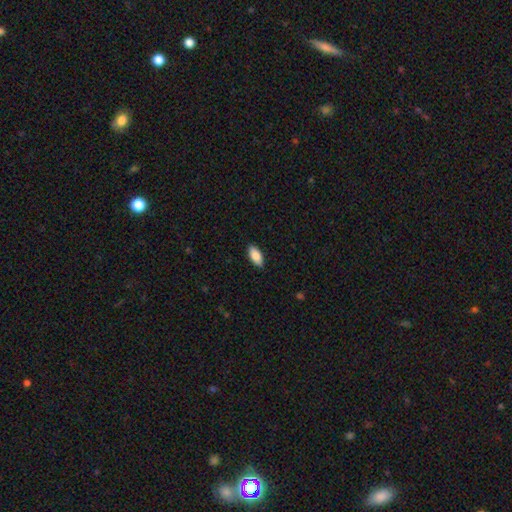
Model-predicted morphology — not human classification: Smooth or featured?
  - smooth: 85% *
  - featured or disk: 9%
  - star or artifact: 6%
How rounded?
  - in between: 90% *
  - cigar-shaped: 8%
  - round: 2%
Merging?
  - none: 88% *
  - minor disturbance: 9%
  - major disturbance: 2%
  - merger: 1%